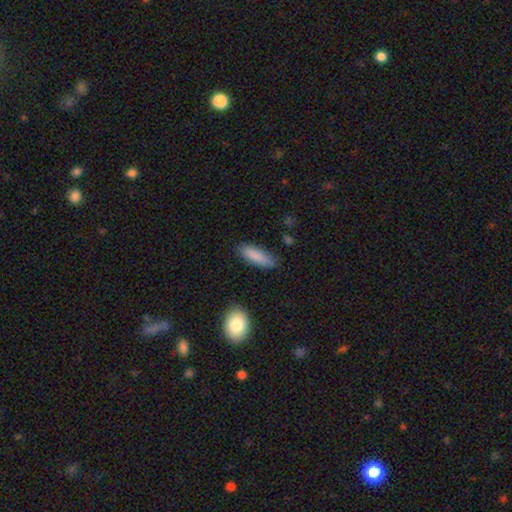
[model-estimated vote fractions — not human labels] The model was most divided on "how rounded": in between: 52%, cigar-shaped: 46%, round: 2%. More confident: smooth or featured — smooth (86%); merging — none (83%).